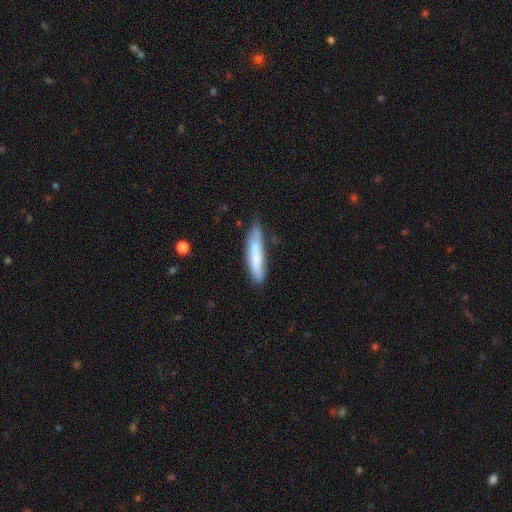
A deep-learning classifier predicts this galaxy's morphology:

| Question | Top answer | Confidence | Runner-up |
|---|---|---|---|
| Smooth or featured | smooth | 70% | featured or disk (24%) |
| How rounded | cigar-shaped | 83% | in between (15%) |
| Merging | none | 63% | minor disturbance (29%) |